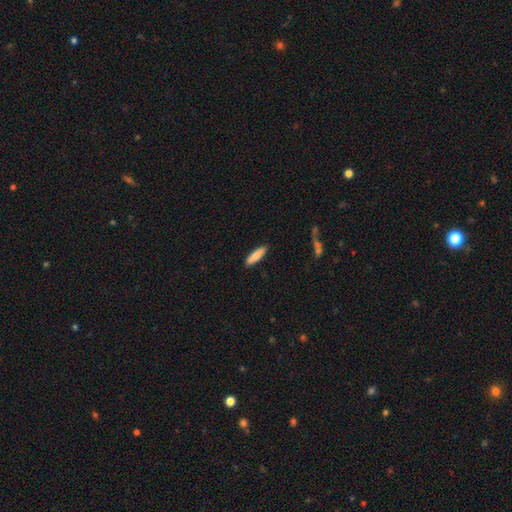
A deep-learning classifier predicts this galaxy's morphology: This is likely a smooth galaxy (79%). How rounded: likely cigar-shaped (62%). Merging: clearly none (89%).